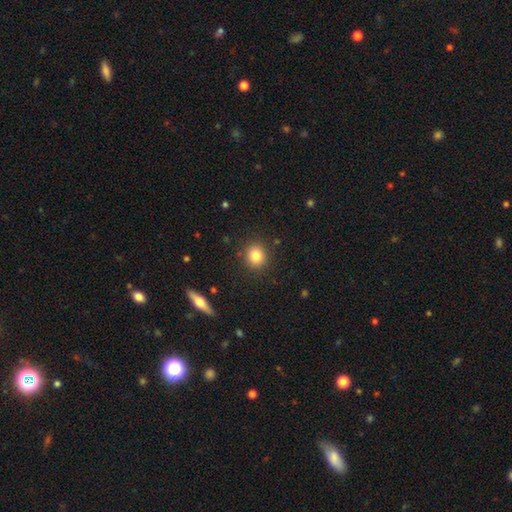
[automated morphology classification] Smooth or featured? smooth (83%)
How rounded? round (83%)
Merging? none (89%)